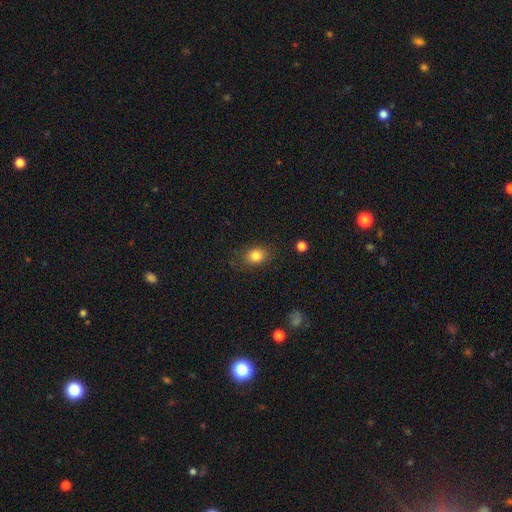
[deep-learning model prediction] Smooth or featured? Predicted: smooth (p=0.83). How rounded? Predicted: in between (p=0.54). Merging? Predicted: none (p=0.80).